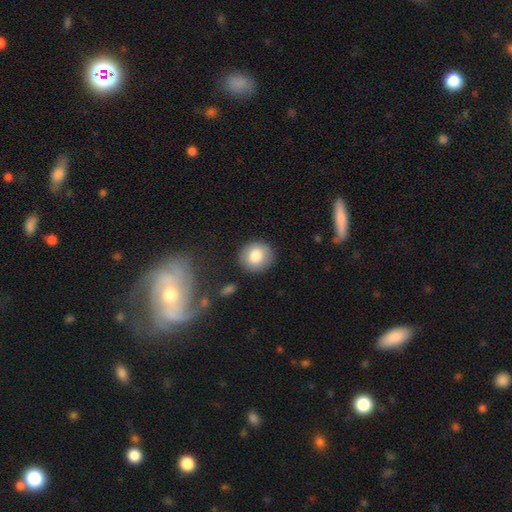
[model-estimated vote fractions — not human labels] This is clearly a smooth galaxy (81%). How rounded: clearly round (86%). Merging: clearly none (88%).